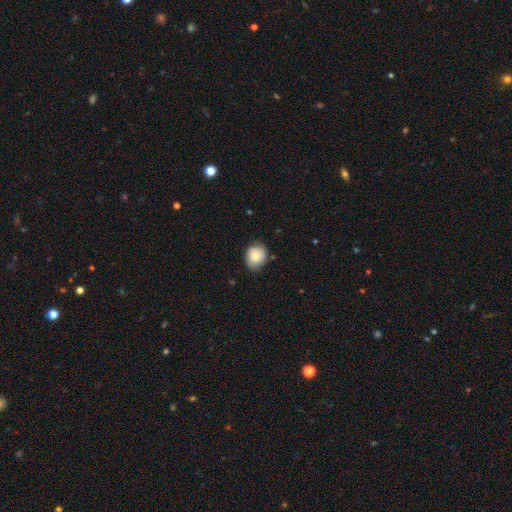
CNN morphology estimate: A smooth galaxy with no disk features (76%) that is round (66%).

Vote fractions:
- Smooth or featured? smooth: 76% / featured or disk: 16% / star or artifact: 8%
- How rounded? round: 66% / in between: 34% / cigar-shaped: 1%
- Merging? none: 74% / minor disturbance: 21% / major disturbance: 4% / merger: 1%